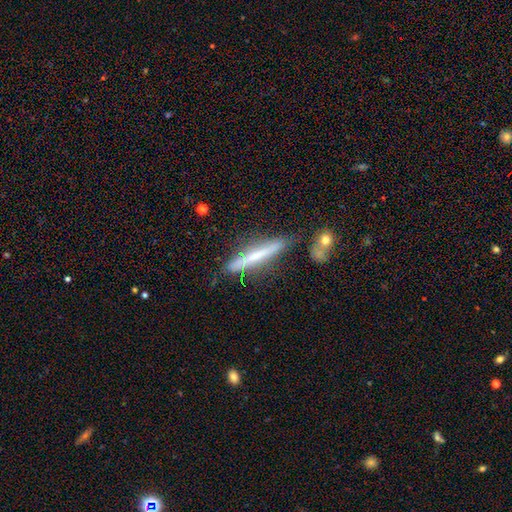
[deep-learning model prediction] Overall: featured or disk (56%; smooth 37%). Edge-on disk: yes (92%). Edge-on bulge: none (54%; rounded 37%). Merging: none (76%).